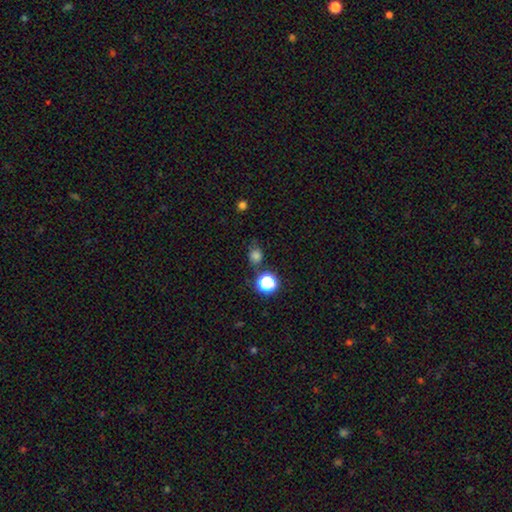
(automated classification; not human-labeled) smooth 75%, star or artifact 20%, featured or disk 5%. Down the decision tree: how rounded — round (80%); merging — none (72%).